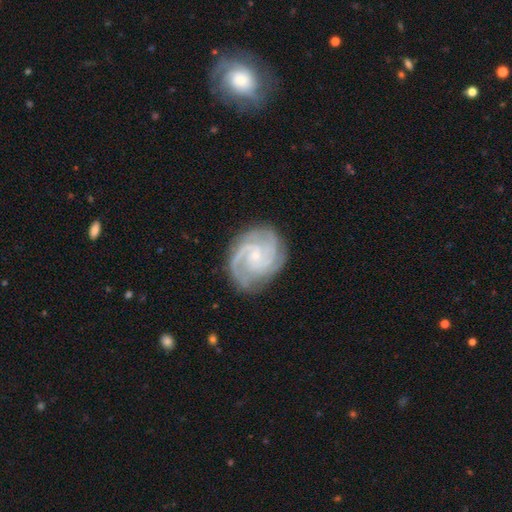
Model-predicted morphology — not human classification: This appears to be a featured or disk galaxy (90%) with no bar (70%), 3 (41%) tight (60%) spiral arms (98%) and a small central bulge (82%). Merging: none (80%).